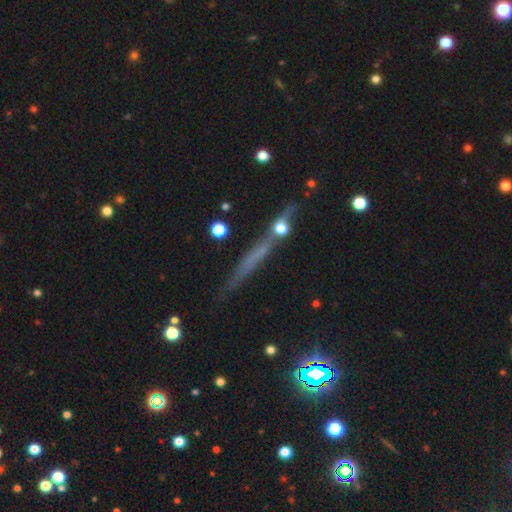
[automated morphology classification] Smooth or featured? Predicted: featured or disk (p=0.47). Merging? Predicted: none (p=0.74).